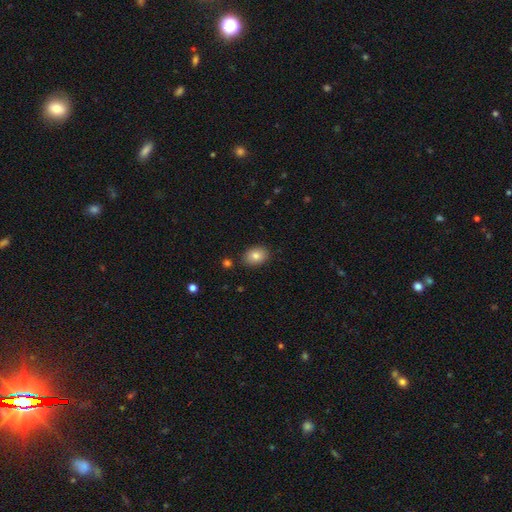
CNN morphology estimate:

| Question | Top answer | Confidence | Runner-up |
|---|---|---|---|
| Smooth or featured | smooth | 82% | featured or disk (9%) |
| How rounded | in between | 72% | round (27%) |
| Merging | none | 85% | minor disturbance (11%) |